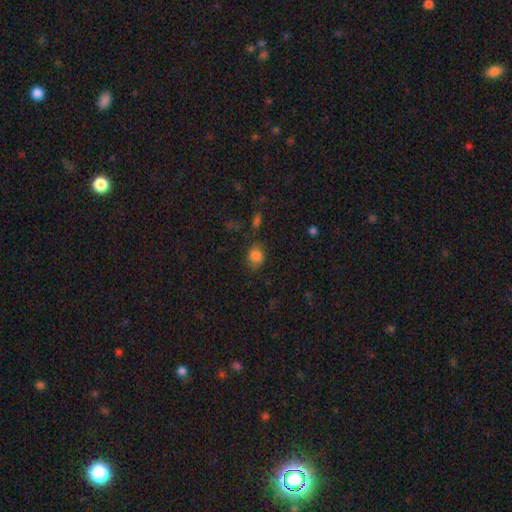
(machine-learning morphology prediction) Smooth or featured? Predicted: smooth (p=0.81). How rounded? Predicted: round (p=0.49, tied with in between). Merging? Predicted: none (p=0.65).